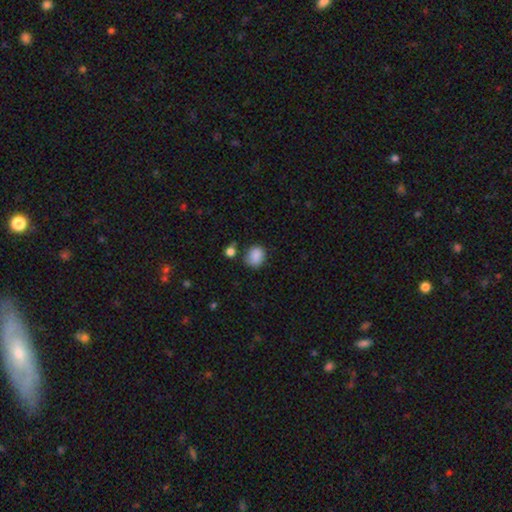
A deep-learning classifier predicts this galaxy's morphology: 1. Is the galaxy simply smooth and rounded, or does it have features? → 87% smooth, 9% star or artifact, 4% featured or disk.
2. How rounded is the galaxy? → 59% round, 40% in between, 1% cigar-shaped.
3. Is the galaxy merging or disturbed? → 71% none, 19% minor disturbance, 6% merger, 5% major disturbance.